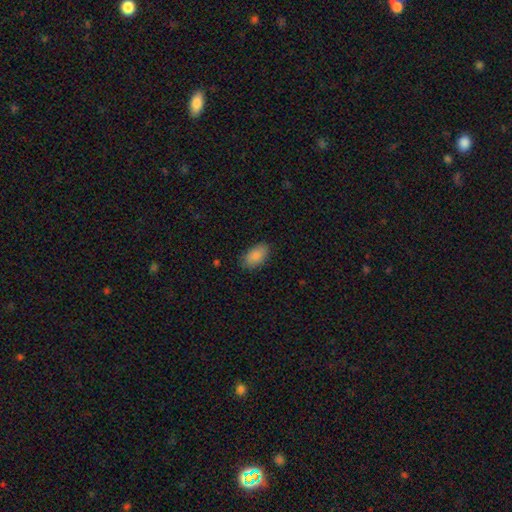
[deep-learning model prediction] A smooth galaxy with no disk features (88%) that is in between round and cigar-shaped (93%).

Vote fractions:
- Smooth or featured? smooth: 88% / star or artifact: 7% / featured or disk: 5%
- How rounded? in between: 93% / round: 4% / cigar-shaped: 2%
- Merging? none: 84% / minor disturbance: 12% / major disturbance: 3% / merger: 1%